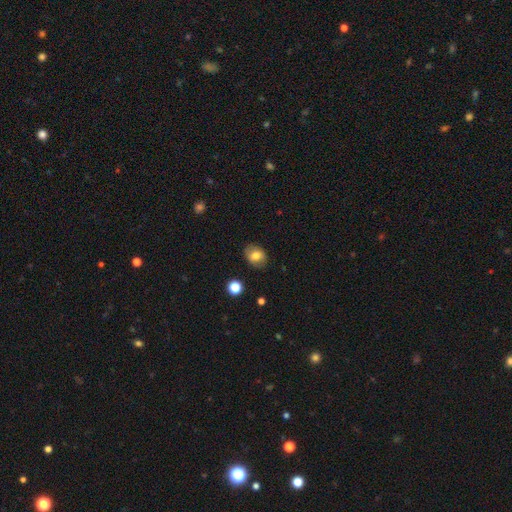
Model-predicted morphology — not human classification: Smooth or featured: smooth — 74% (featured or disk — 16%)
How rounded: in between — 54% (round — 44%)
Merging: none — 83% (minor disturbance — 12%)